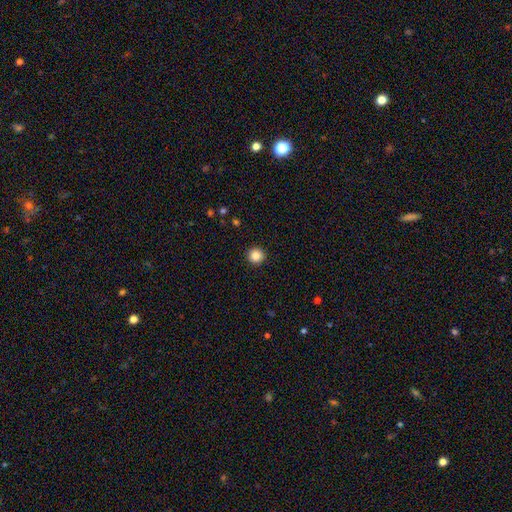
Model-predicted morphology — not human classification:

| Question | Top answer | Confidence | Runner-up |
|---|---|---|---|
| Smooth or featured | smooth | 86% | star or artifact (10%) |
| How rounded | round | 95% | in between (4%) |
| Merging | none | 93% | minor disturbance (5%) |